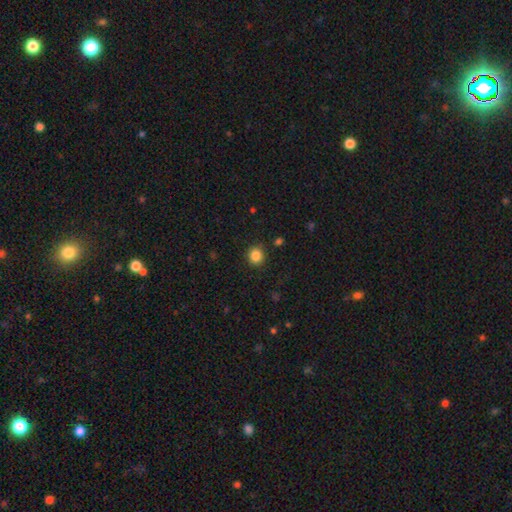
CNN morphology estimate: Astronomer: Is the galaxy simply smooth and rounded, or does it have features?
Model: smooth — 85%.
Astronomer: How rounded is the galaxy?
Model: round — 89%.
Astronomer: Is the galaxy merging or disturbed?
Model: none — 89%.